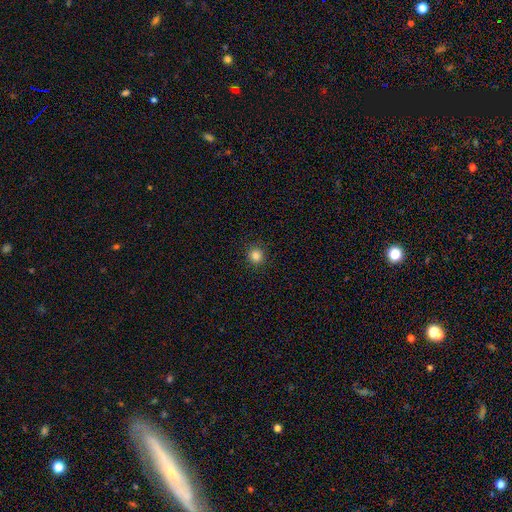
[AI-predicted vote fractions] Smooth or featured? Predicted: smooth (p=0.84). How rounded? Predicted: round (p=0.93). Merging? Predicted: none (p=0.91).